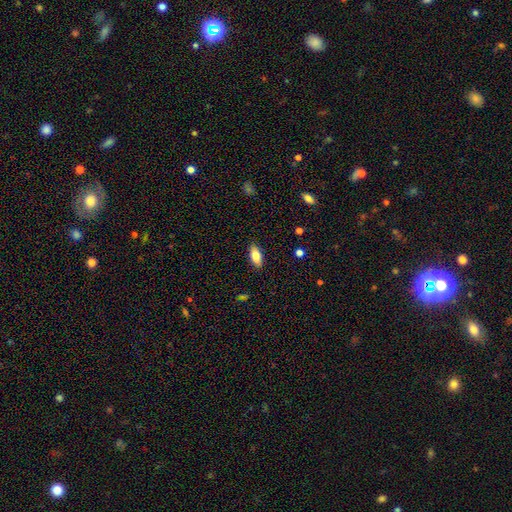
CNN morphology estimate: smooth_or_featured: smooth (p=0.75) [alt: featured or disk p=0.18]
how_rounded: in between (p=0.84) [alt: cigar-shaped p=0.13]
merging: none (p=0.87) [alt: minor disturbance p=0.09]